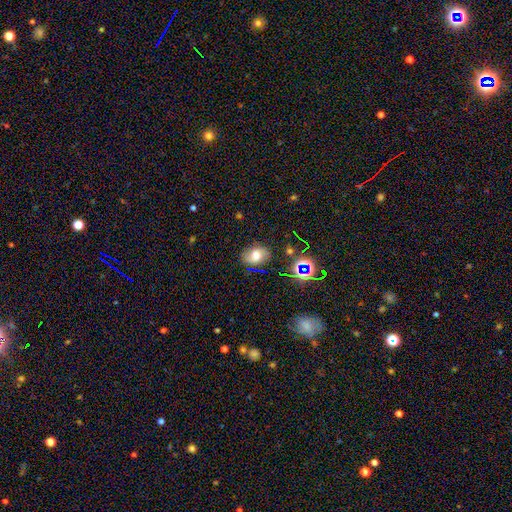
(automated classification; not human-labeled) smooth_or_featured: smooth (p=0.60) [alt: featured or disk p=0.22]
how_rounded: in between (p=0.72) [alt: round p=0.26]
merging: none (p=0.76) [alt: minor disturbance p=0.17]